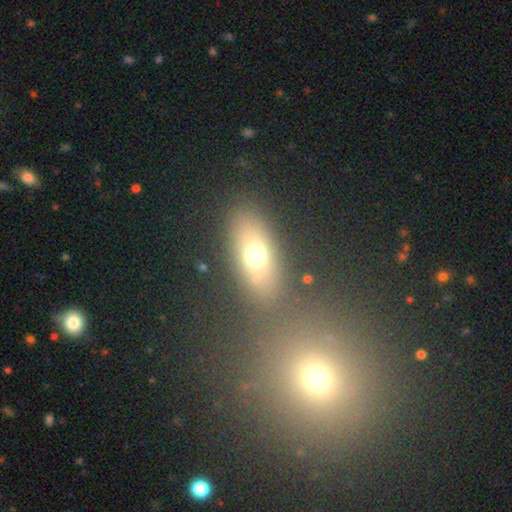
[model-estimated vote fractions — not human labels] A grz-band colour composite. It shows a smooth galaxy with no disk features (63%) that is in between round and cigar-shaped (69%). Merging: none (78%).